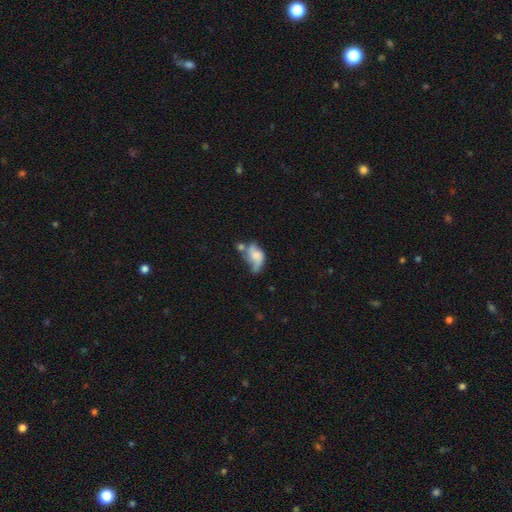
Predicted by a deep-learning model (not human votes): This appears to be a featured or disk galaxy (53%) with no bar (71%), spiral arms (71%) and no central bulge (31%). Merging: merger (28%).